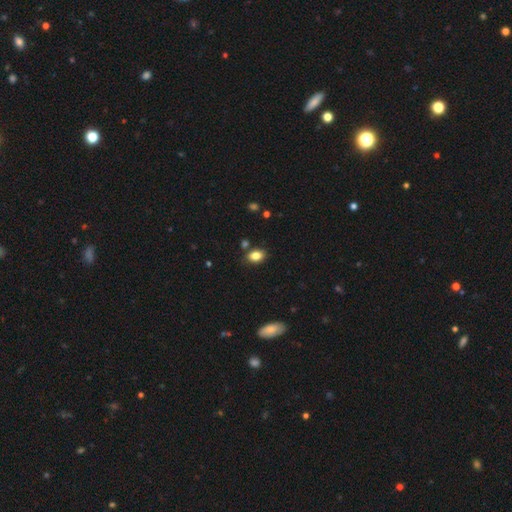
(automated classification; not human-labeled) A smooth galaxy with no disk features (83%) that is in between round and cigar-shaped (79%). Merging: none (80%).